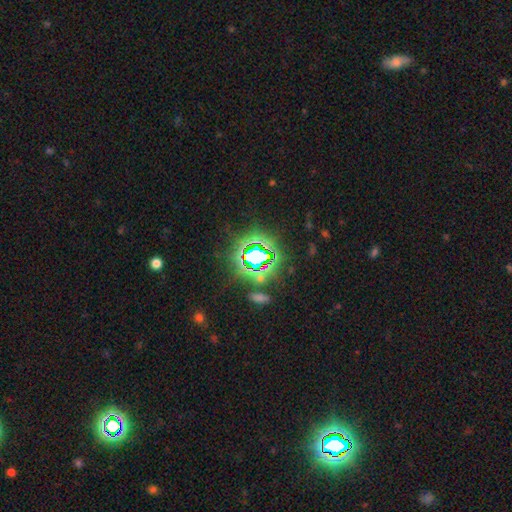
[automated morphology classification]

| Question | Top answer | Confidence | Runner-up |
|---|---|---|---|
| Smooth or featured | star or artifact | 75% | smooth (15%) |